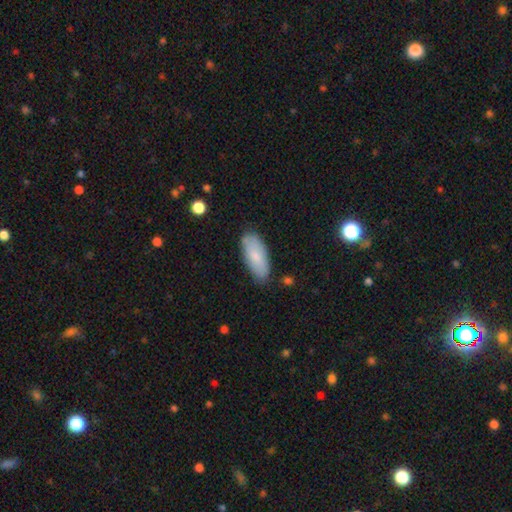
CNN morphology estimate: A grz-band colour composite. It shows a smooth galaxy with no disk features (81%) that is in between round and cigar-shaped (83%). Merging: none (82%).